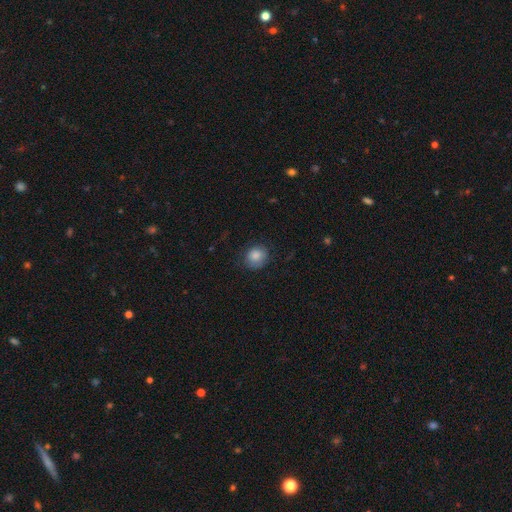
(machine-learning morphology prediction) The model was most divided on "how rounded": round: 66%, in between: 33%, cigar-shaped: 1%. More confident: smooth or featured — smooth (83%); merging — none (73%).